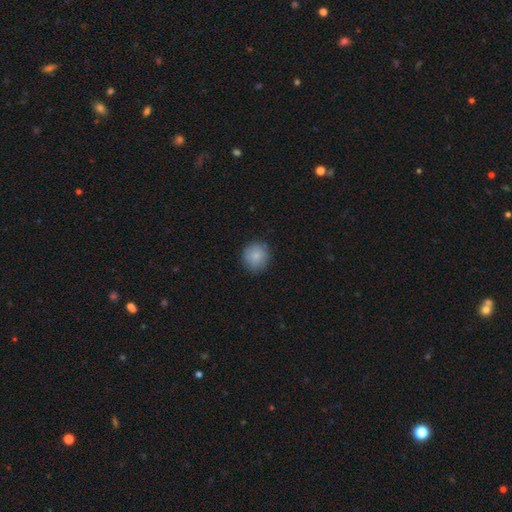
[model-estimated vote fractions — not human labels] This is clearly a smooth galaxy (86%). How rounded: clearly round (90%). Merging: clearly none (86%).